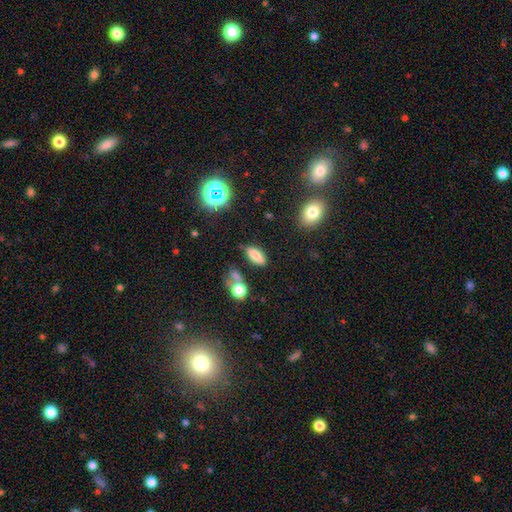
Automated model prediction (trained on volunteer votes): Smooth or featured? smooth (69%)
How rounded? in between (69%)
Merging? none (72%)